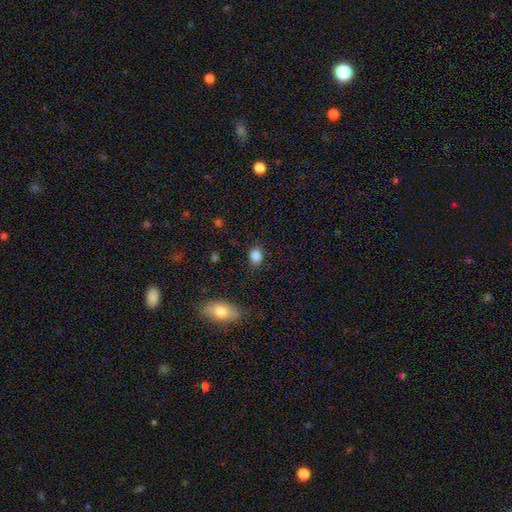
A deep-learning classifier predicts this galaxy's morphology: smooth_or_featured: smooth (p=0.85) [alt: star or artifact p=0.10]
how_rounded: in between (p=0.56) [alt: round p=0.43]
merging: none (p=0.83) [alt: minor disturbance p=0.13]